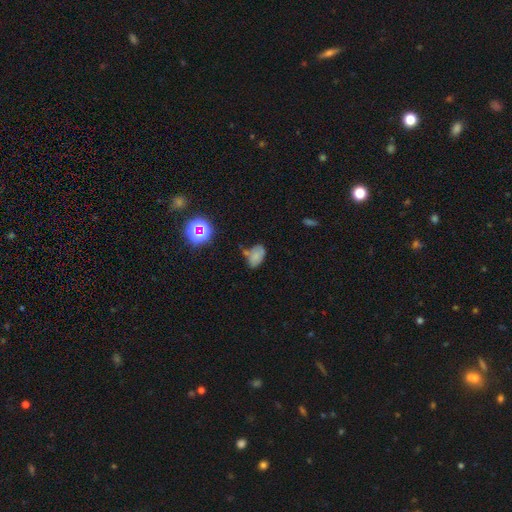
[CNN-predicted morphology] A smooth galaxy with no disk features (66%) that is in between round and cigar-shaped (88%).

Vote fractions:
- Smooth or featured? smooth: 66% / star or artifact: 17% / featured or disk: 16%
- How rounded? in between: 88% / round: 10% / cigar-shaped: 2%
- Merging? none: 45% / minor disturbance: 31% / merger: 13% / major disturbance: 11%